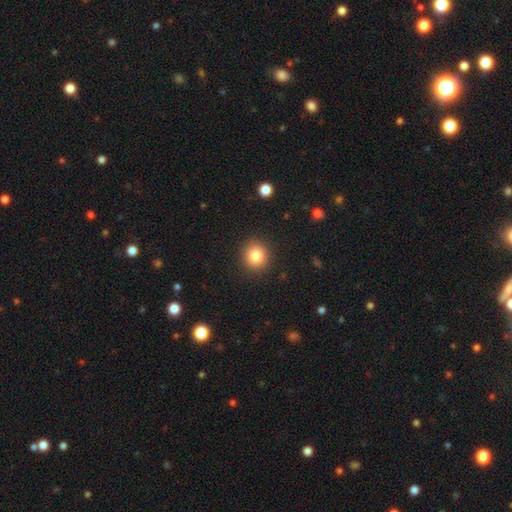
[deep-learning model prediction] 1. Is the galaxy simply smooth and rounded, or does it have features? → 83% smooth, 10% star or artifact, 7% featured or disk.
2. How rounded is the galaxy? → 89% round, 10% in between, 1% cigar-shaped.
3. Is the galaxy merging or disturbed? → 90% none, 6% minor disturbance, 2% major disturbance, 1% merger.